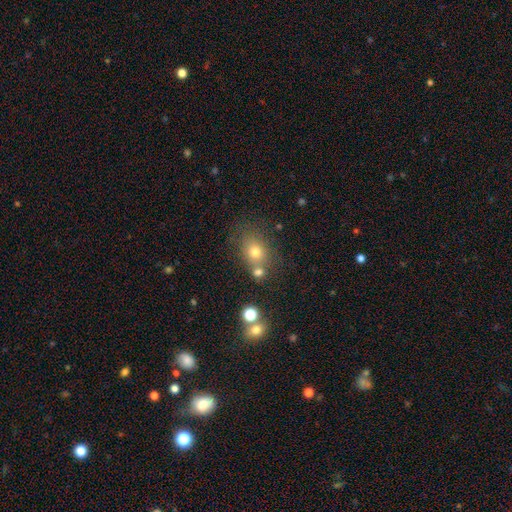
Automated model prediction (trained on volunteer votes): Morphology: type=smooth (62%); roundness=round (60%); merging=none (68%).